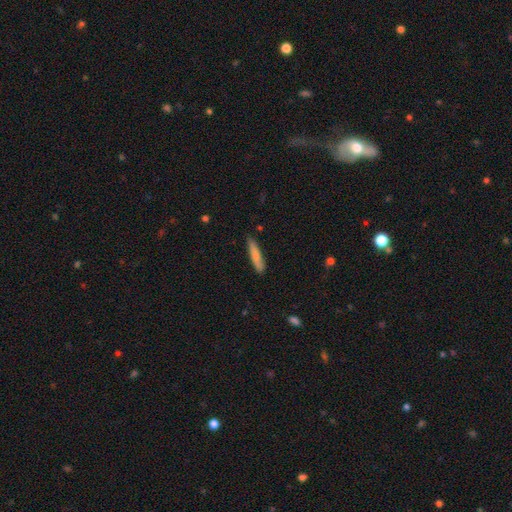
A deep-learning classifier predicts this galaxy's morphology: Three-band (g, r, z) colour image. It shows a smooth galaxy with no disk features (77%) that is cigar-shaped (90%). Merging: none (82%).